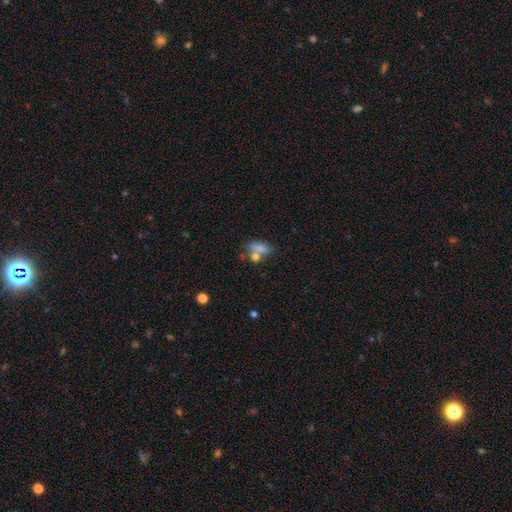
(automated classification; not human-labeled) This is likely a smooth galaxy (73%). How rounded: likely in between (75%). Merging: marginally none (40%).